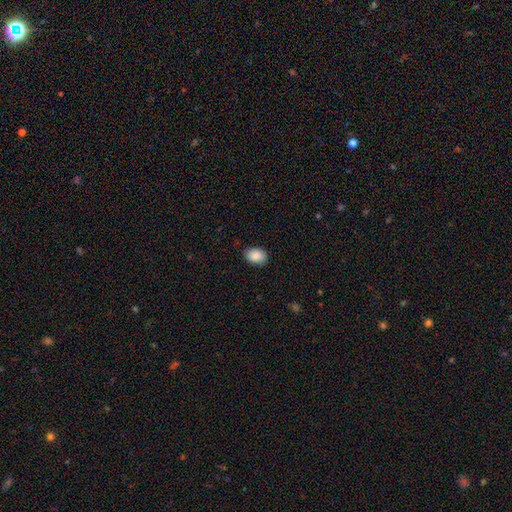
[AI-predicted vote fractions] Smooth or featured? Predicted: smooth (p=0.89). How rounded? Predicted: in between (p=0.83). Merging? Predicted: none (p=0.87).